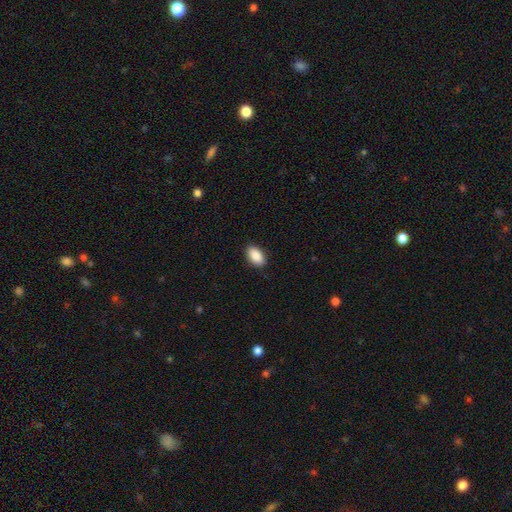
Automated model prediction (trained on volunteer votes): This is clearly a smooth galaxy (89%). How rounded: clearly in between (93%). Merging: clearly none (90%).